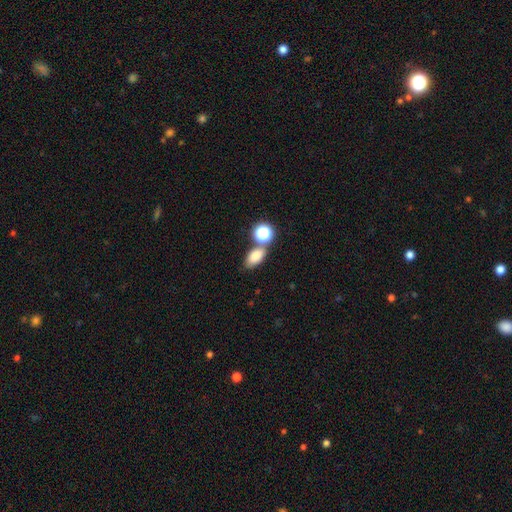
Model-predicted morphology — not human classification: smooth-or-featured: smooth: 79% | star or artifact: 12% | featured or disk: 8%
  how-rounded: in between: 84% | round: 13% | cigar-shaped: 3%
  merging: none: 61% | merger: 22% | minor disturbance: 13% | major disturbance: 4%